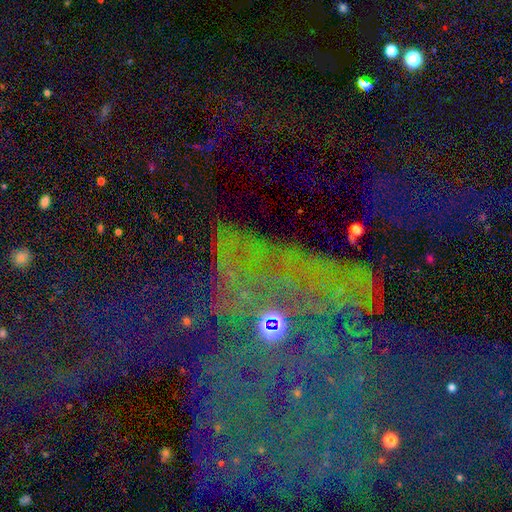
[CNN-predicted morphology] smooth-or-featured: star or artifact: 71% | featured or disk: 17% | smooth: 13%